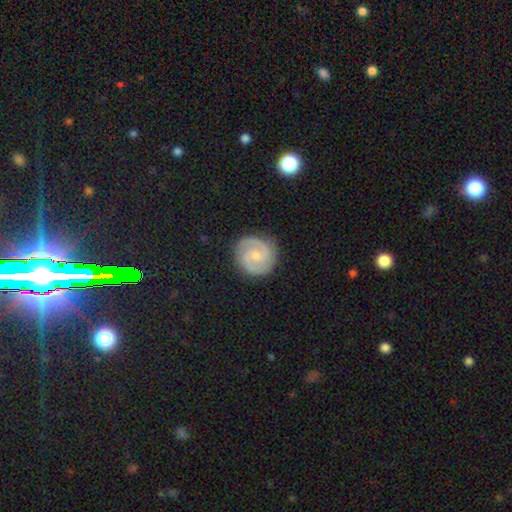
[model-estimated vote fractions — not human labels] The model was most divided on "bar": no: 54%, weak: 38%, strong: 8%. More confident: edge-on disk — no (98%); spiral arms — yes (98%); spiral arm count — 2 (91%); smooth or featured — featured or disk (88%); merging — none (87%); bulge size — small (63%); spiral winding — tight (58%).